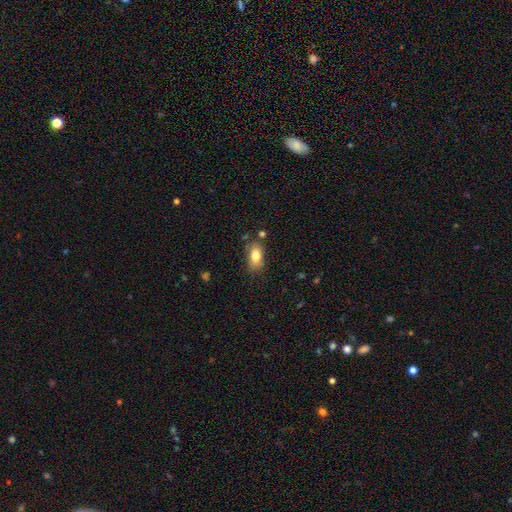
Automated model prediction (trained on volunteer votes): A smooth galaxy with no disk features (81%) that is in between round and cigar-shaped (88%). Merging: none (75%).